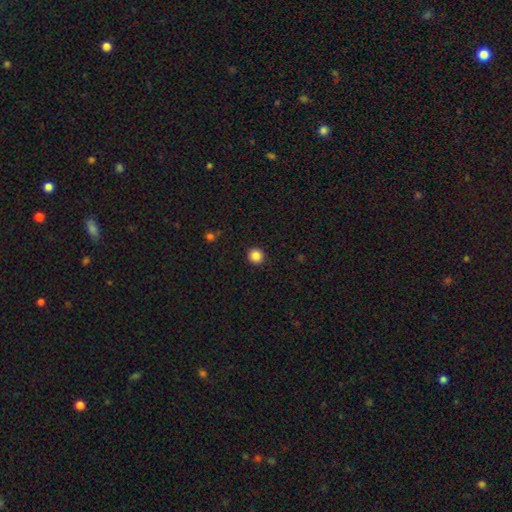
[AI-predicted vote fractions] Smooth or featured? smooth (86%)
How rounded? round (94%)
Merging? none (93%)